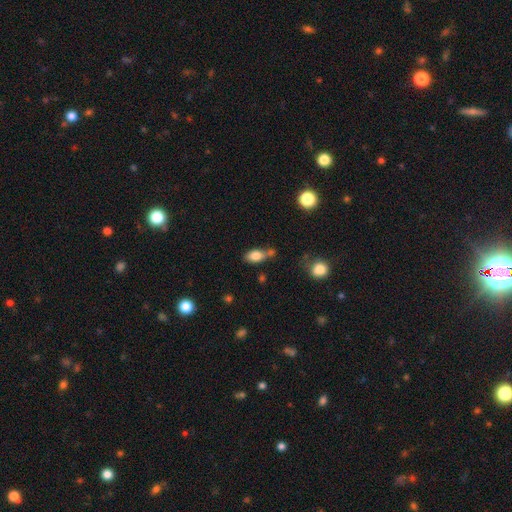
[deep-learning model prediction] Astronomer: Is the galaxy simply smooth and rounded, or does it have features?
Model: smooth — 80%.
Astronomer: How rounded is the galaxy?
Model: in between — 85%.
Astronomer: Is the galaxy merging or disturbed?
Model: none — 48%.